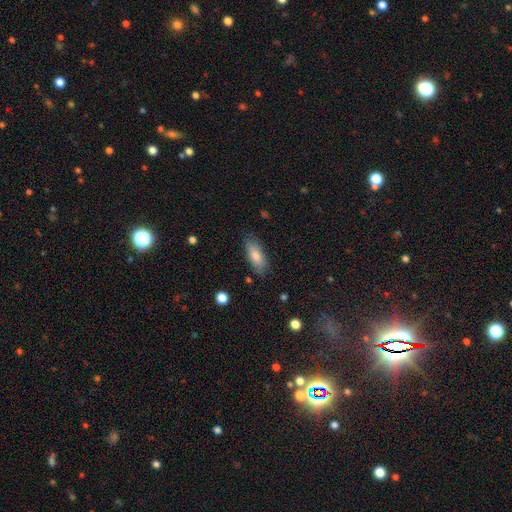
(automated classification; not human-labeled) Overall: smooth (82%). How rounded: in between (78%). Merging: none (80%).